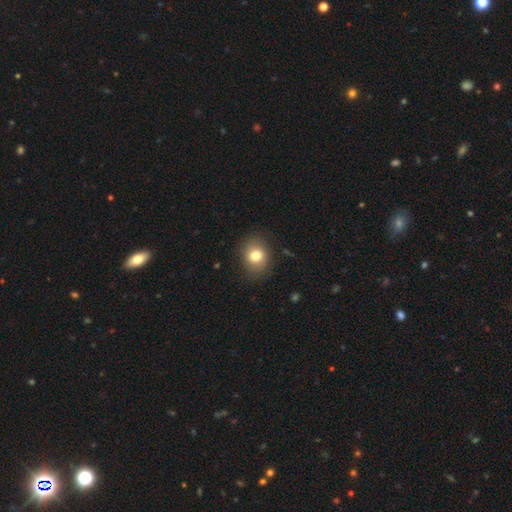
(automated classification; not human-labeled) A smooth galaxy with no disk features (78%) that is round (61%).

Vote fractions:
- Smooth or featured? smooth: 78% / featured or disk: 12% / star or artifact: 10%
- How rounded? round: 61% / in between: 38% / cigar-shaped: 1%
- Merging? none: 82% / minor disturbance: 13% / major disturbance: 4% / merger: 1%